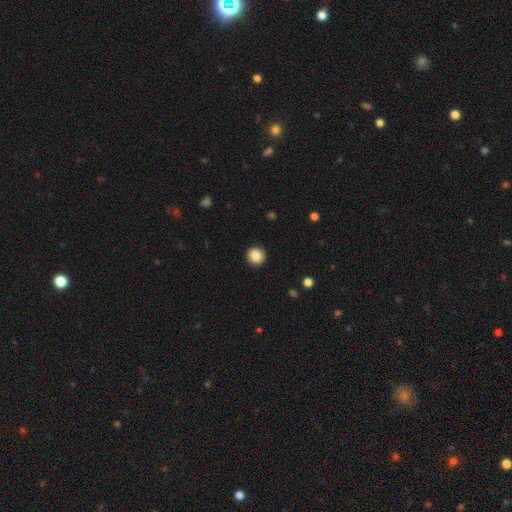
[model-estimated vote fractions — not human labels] Morphology: type=smooth (87%); roundness=round (93%); merging=none (92%).